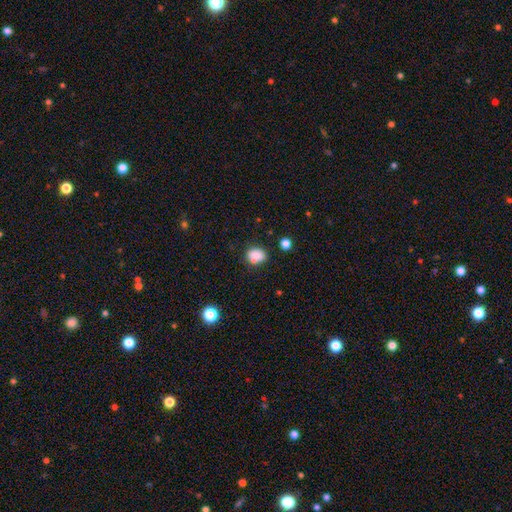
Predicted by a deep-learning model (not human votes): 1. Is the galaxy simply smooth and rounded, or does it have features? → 81% smooth, 11% star or artifact, 8% featured or disk.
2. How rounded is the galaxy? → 53% in between, 46% round, 1% cigar-shaped.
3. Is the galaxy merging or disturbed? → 57% none, 20% minor disturbance, 17% merger, 6% major disturbance.